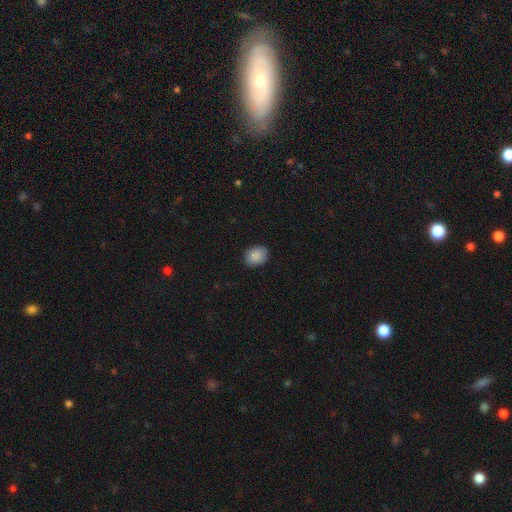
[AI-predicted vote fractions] smooth 89%, star or artifact 7%, featured or disk 4%. Down the decision tree: how rounded — in between (58%); merging — none (86%).